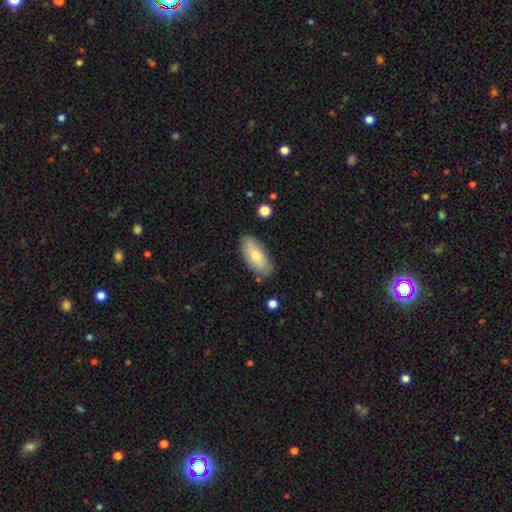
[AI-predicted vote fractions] Overall: smooth (74%). How rounded: in between (88%). Merging: none (79%).